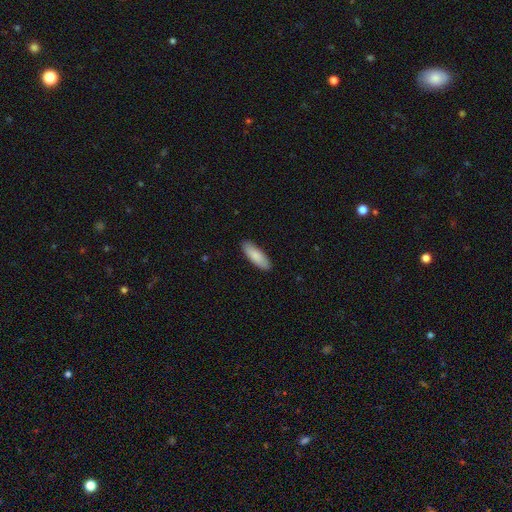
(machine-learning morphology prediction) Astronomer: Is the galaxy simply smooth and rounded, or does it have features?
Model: smooth — 87%.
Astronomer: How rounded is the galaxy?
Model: in between — 59% (runner-up: cigar-shaped, 40%).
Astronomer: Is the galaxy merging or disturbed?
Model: none — 90%.